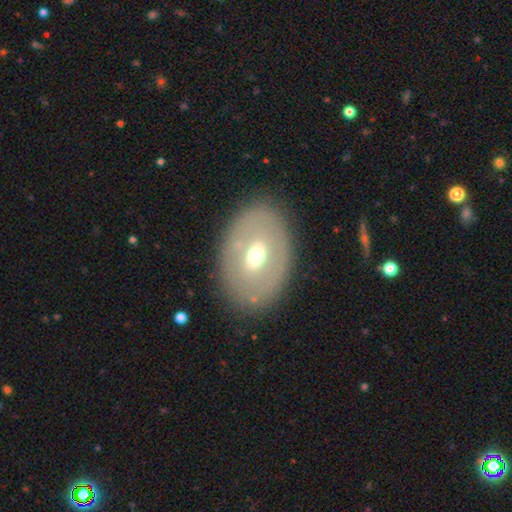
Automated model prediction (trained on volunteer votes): Smooth or featured? Predicted: smooth (p=0.47). Merging? Predicted: none (p=0.83).